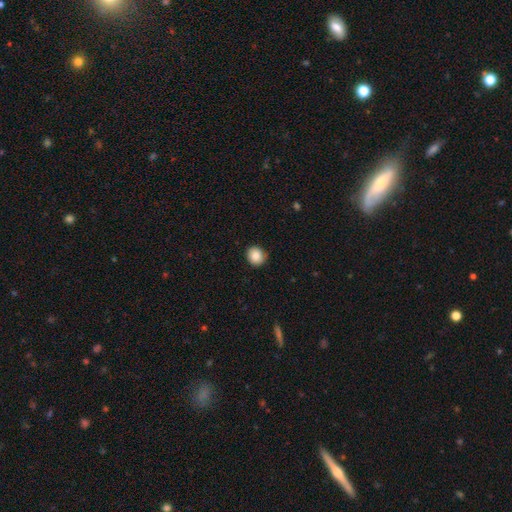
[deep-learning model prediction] This appears to be a smooth galaxy with no disk features (84%) that is round (84%). Merging: none (88%).